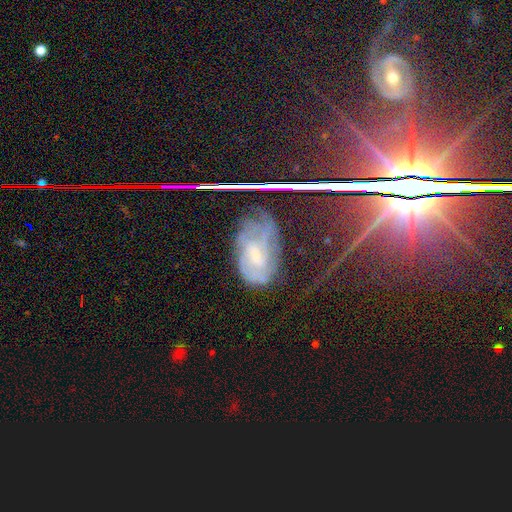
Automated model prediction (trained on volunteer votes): smooth-or-featured: featured or disk: 63% | smooth: 21% | star or artifact: 16%
  disk-edge-on: no: 94% | yes: 6%
    bar: weak: 45% | no: 40% | strong: 15%
    has-spiral-arms: yes: 82% | no: 18%
    bulge-size: small: 46% | moderate: 32% | none: 17% | large: 3% | dominant: 1%
  merging: none: 55% | minor disturbance: 27% | major disturbance: 15% | merger: 3%